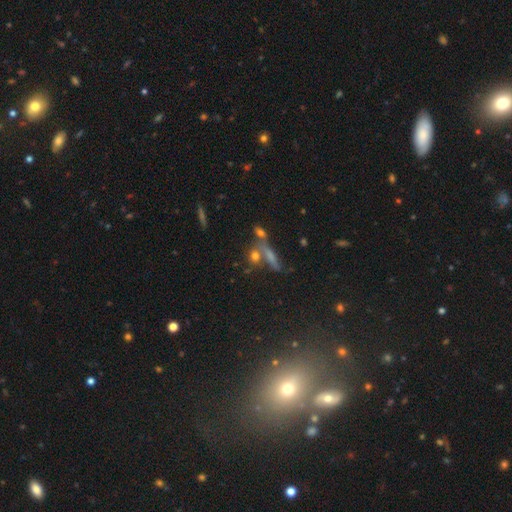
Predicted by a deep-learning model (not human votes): Smooth or featured? Predicted: smooth (p=0.47). Merging? Predicted: none (p=0.51).